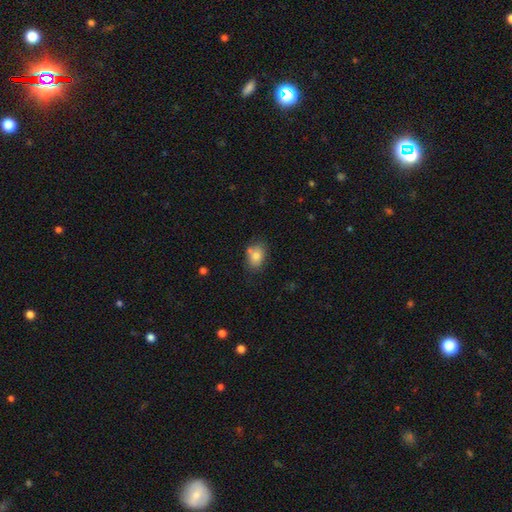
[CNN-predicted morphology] Overall: smooth (79%). How rounded: in between (75%). Merging: none (65%).